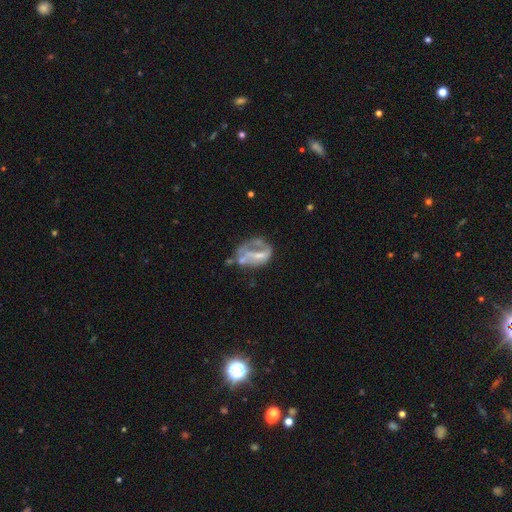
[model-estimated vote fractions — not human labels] This appears to be a featured or disk galaxy (62%) with no bar (58%), no spiral arms (76%) and no central bulge (36%). Merging: major disturbance (34%).